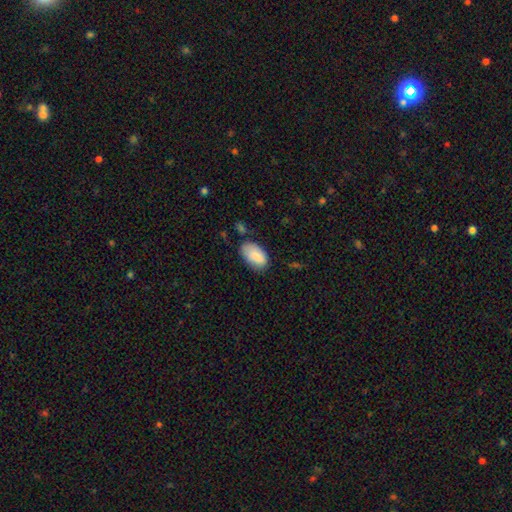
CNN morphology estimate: Smooth or featured?
  - smooth: 87% *
  - featured or disk: 7%
  - star or artifact: 6%
How rounded?
  - in between: 95% *
  - round: 3%
  - cigar-shaped: 2%
Merging?
  - none: 63% *
  - minor disturbance: 28%
  - major disturbance: 6%
  - merger: 3%